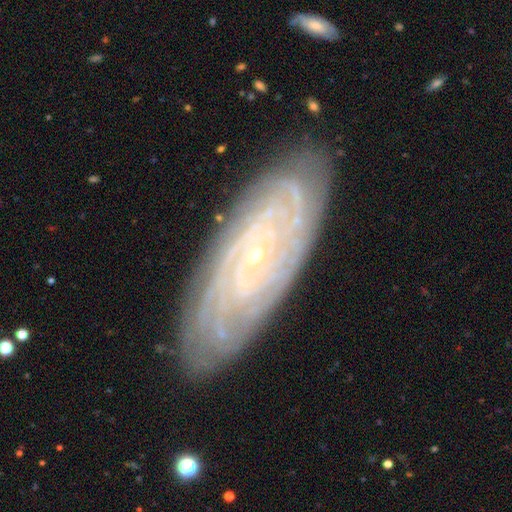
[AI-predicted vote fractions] featured or disk 85%, smooth 9%, star or artifact 6%. Down the decision tree: edge-on disk — no (91%); bar — no (74%); spiral arms — yes (97%); spiral arm count — can't tell (37%); spiral winding — tight (84%); bulge size — small (88%); merging — none (84%).